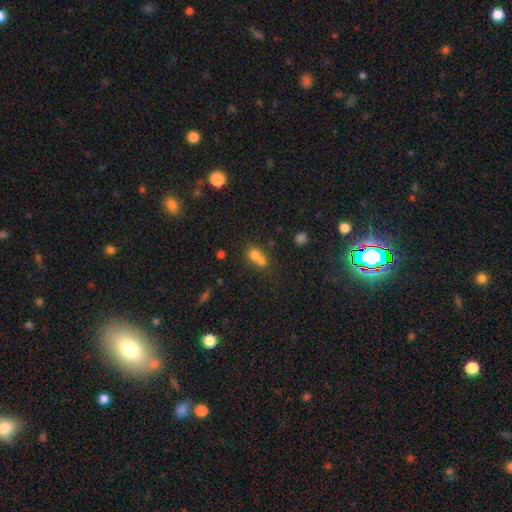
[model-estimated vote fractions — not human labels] Smooth or featured? smooth (70%)
How rounded? round (69%)
Merging? merger (65%)